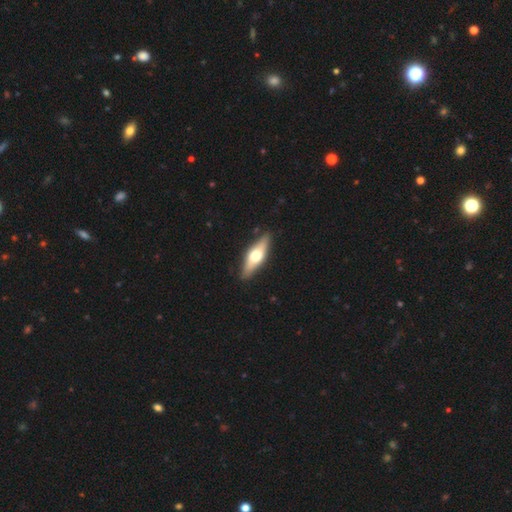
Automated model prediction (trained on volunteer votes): The model was most divided on "smooth or featured": featured or disk: 54%, smooth: 41%, star or artifact: 5%. More confident: edge-on disk — yes (88%); merging — none (87%).